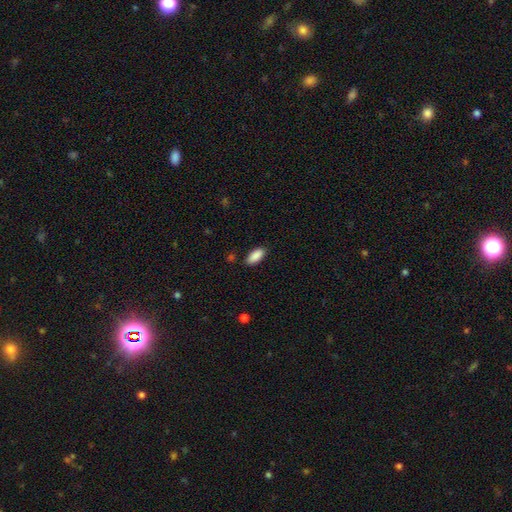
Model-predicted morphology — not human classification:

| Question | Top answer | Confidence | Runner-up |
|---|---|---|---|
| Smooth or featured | smooth | 89% | star or artifact (7%) |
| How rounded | in between | 88% | cigar-shaped (11%) |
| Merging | none | 86% | minor disturbance (11%) |